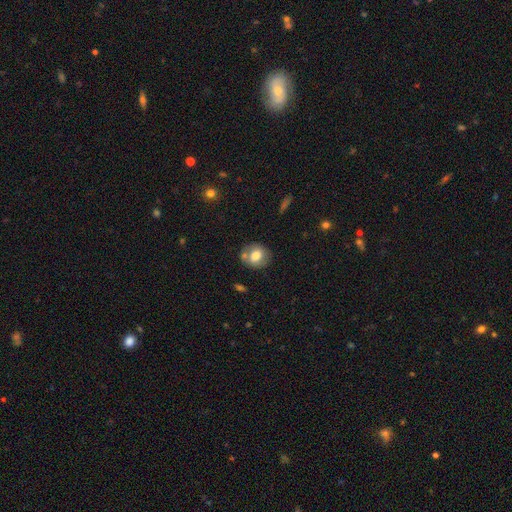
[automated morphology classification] Q: Smooth or featured?
A: smooth (71%); runner-up: featured or disk (21%)
Q: How rounded?
A: round (73%); runner-up: in between (26%)
Q: Merging?
A: none (68%); runner-up: minor disturbance (14%)